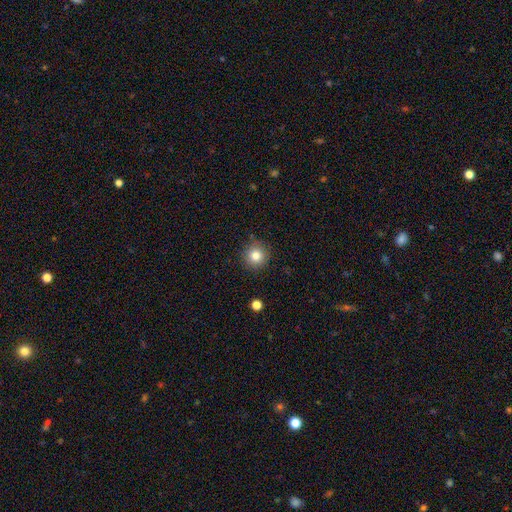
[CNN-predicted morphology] This appears to be a smooth galaxy with no disk features (81%) that is round (94%). Merging: none (89%).